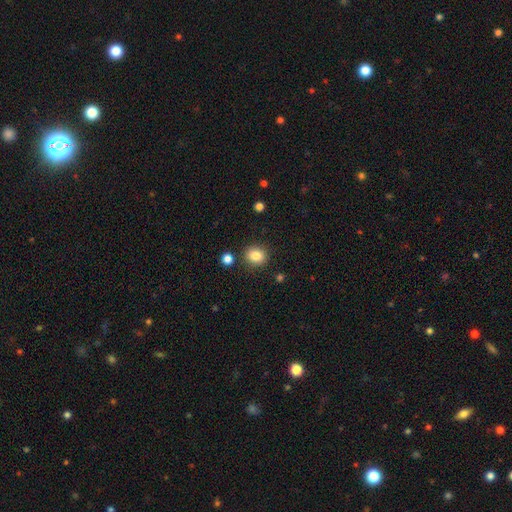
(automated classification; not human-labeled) Overall: smooth (84%). How rounded: round (74%). Merging: none (87%).